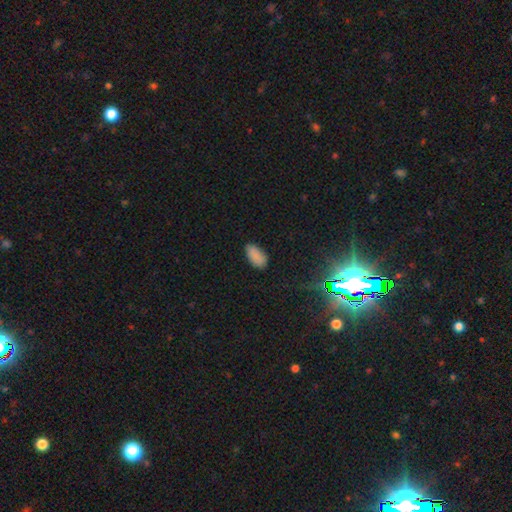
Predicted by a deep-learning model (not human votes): Smooth or featured? Predicted: smooth (p=0.87). How rounded? Predicted: in between (p=0.94). Merging? Predicted: none (p=0.79).